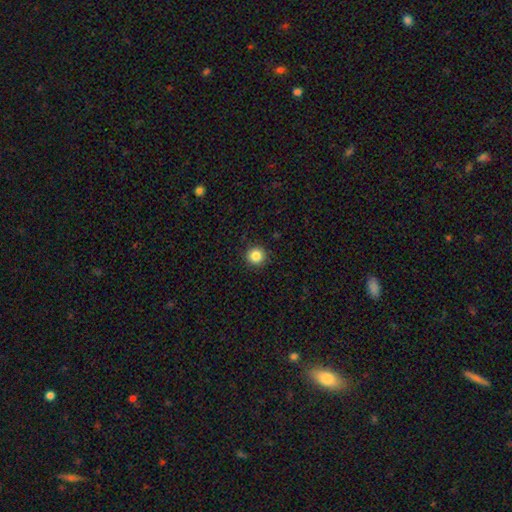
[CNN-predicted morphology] This appears to be a smooth galaxy with no disk features (86%) that is round (96%). Merging: none (92%).